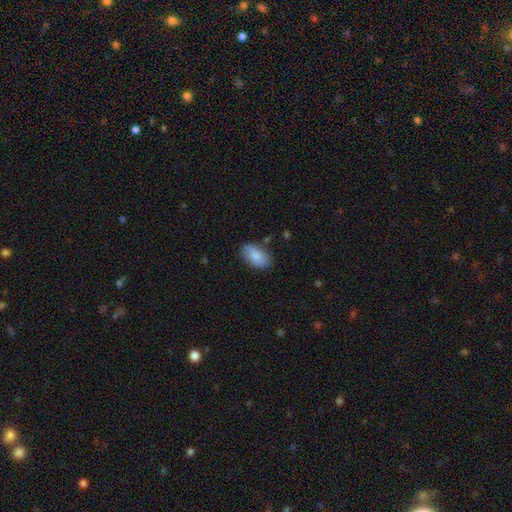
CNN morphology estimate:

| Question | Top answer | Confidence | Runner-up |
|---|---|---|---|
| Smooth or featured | smooth | 83% | featured or disk (11%) |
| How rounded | in between | 93% | round (5%) |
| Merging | none | 79% | minor disturbance (16%) |